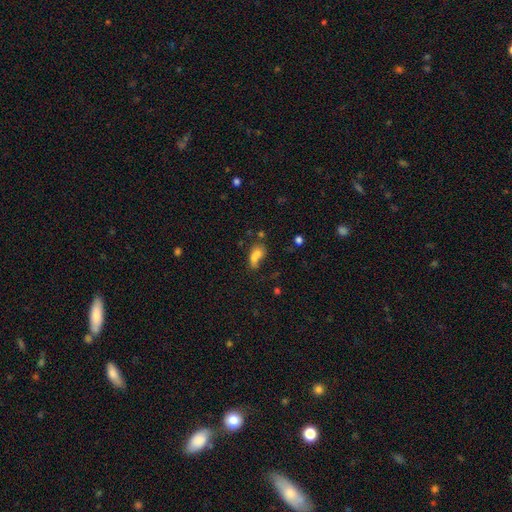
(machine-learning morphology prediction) Smooth or featured? Predicted: smooth (p=0.69). How rounded? Predicted: in between (p=0.70). Merging? Predicted: merger (p=0.56).